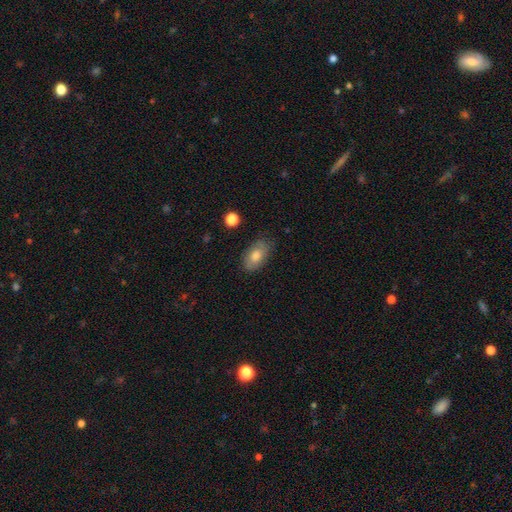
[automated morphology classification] Smooth or featured? smooth (71%)
How rounded? in between (92%)
Merging? none (82%)